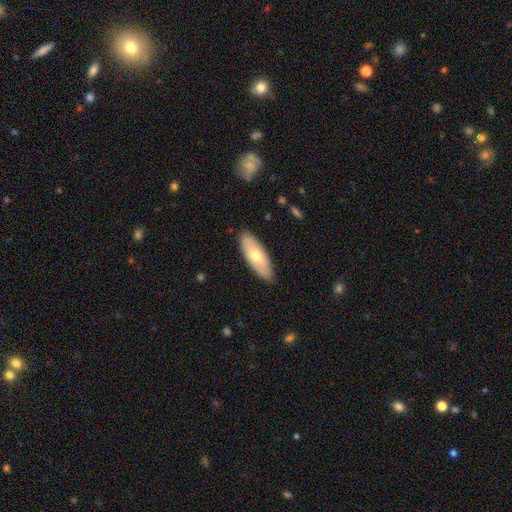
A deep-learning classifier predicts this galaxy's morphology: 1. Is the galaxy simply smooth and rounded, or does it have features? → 61% smooth, 34% featured or disk, 6% star or artifact.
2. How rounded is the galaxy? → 71% in between, 27% cigar-shaped, 2% round.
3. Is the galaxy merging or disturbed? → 87% none, 10% minor disturbance, 2% major disturbance, 1% merger.